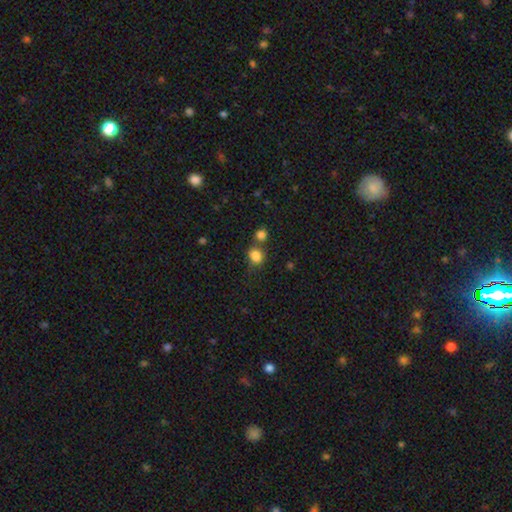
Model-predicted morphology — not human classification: Smooth or featured? Predicted: smooth (p=0.83). How rounded? Predicted: round (p=0.66). Merging? Predicted: none (p=0.56).